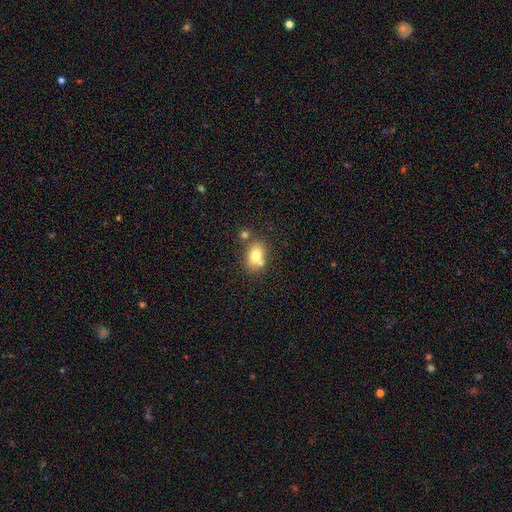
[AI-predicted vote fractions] smooth_or_featured: smooth (p=0.74) [alt: featured or disk p=0.16]
how_rounded: in between (p=0.65) [alt: round p=0.34]
merging: none (p=0.56) [alt: merger p=0.26]